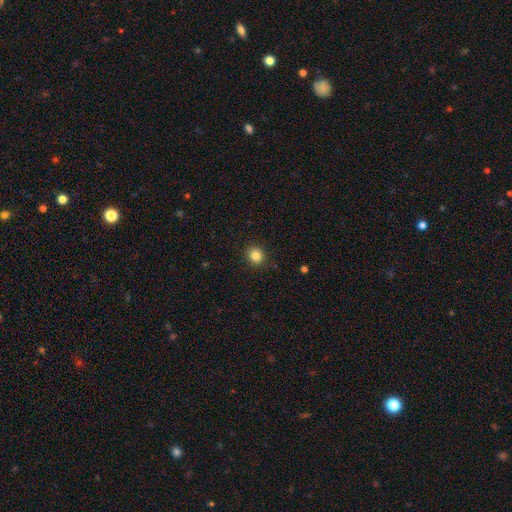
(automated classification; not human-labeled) smooth 84%, star or artifact 11%, featured or disk 5%. Down the decision tree: how rounded — round (88%); merging — none (92%).